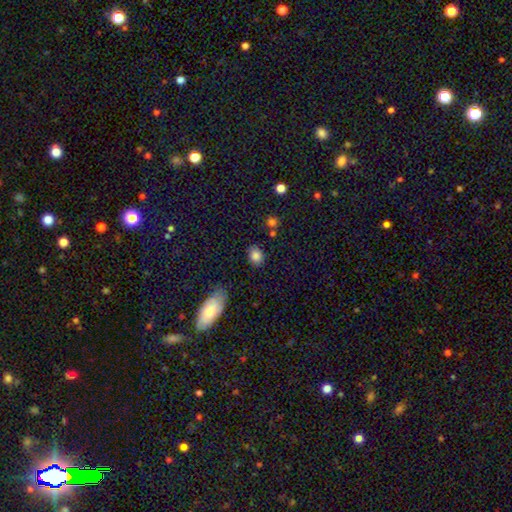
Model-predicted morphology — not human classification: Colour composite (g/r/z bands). It shows a smooth galaxy with no disk features (84%) that is in between round and cigar-shaped (57%). Merging: none (81%).